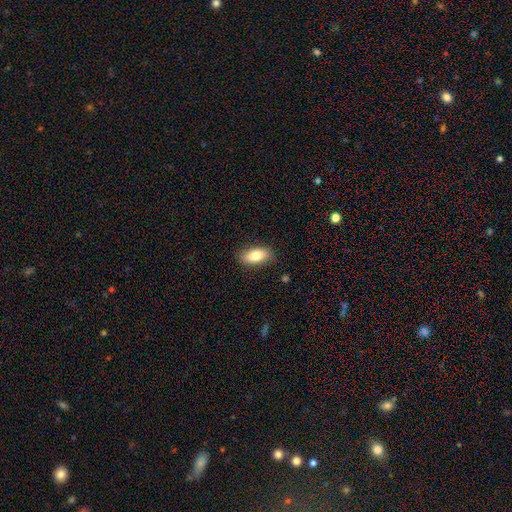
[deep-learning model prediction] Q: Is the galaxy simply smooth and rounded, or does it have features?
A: smooth — 82%.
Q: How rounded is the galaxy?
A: in between — 87%.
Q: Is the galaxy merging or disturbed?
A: none — 85%.